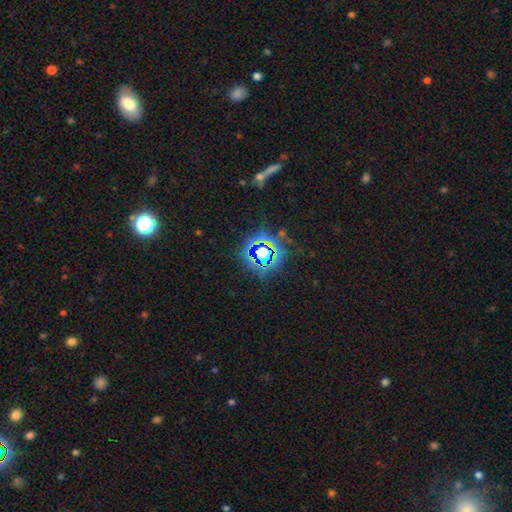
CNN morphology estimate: Smooth or featured? star or artifact (74%)